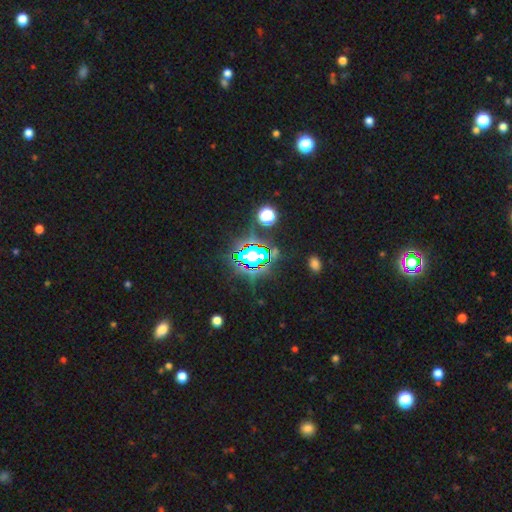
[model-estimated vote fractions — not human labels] Q: Smooth or featured?
A: star or artifact (71%); runner-up: smooth (17%)